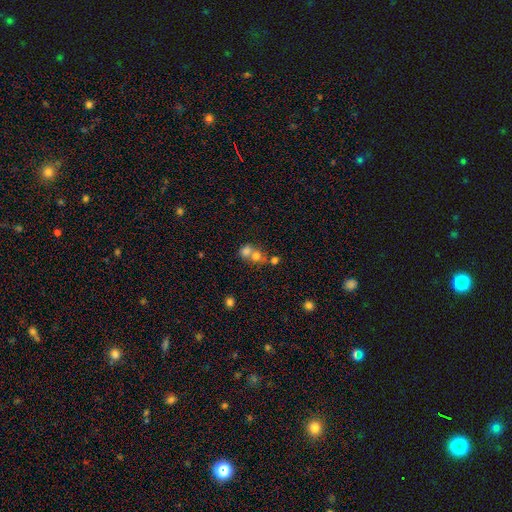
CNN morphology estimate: This appears to be a smooth galaxy with no disk features (69%) that is round (66%). Merging: merger (62%).